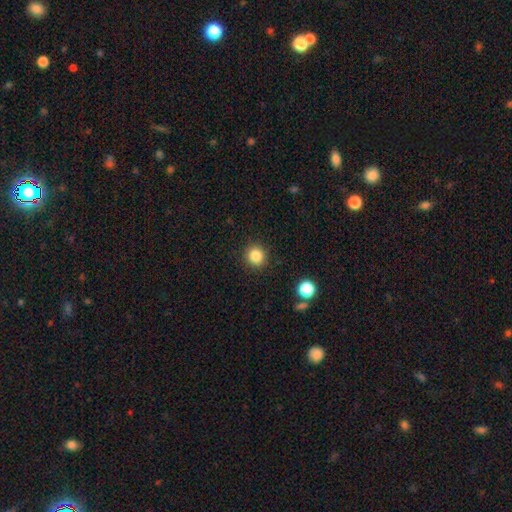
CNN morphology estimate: Smooth or featured? Predicted: smooth (p=0.85). How rounded? Predicted: round (p=0.92). Merging? Predicted: none (p=0.91).